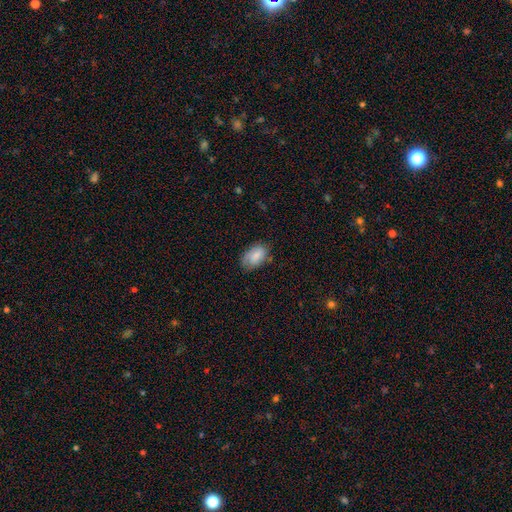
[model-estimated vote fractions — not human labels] This appears to be a smooth galaxy with no disk features (81%) that is in between round and cigar-shaped (91%). Merging: none (70%).